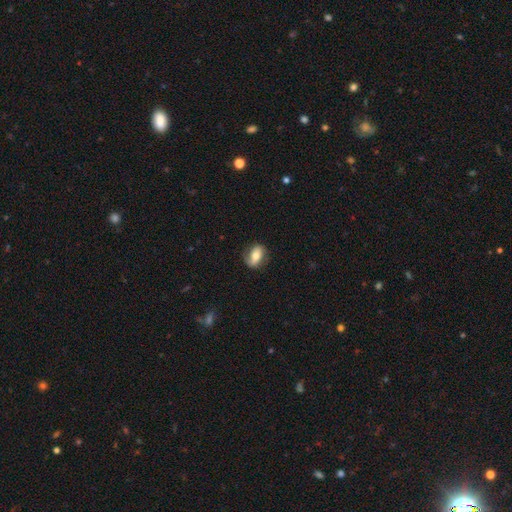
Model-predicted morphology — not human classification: Smooth or featured? smooth (57%)
How rounded? in between (81%)
Merging? none (74%)